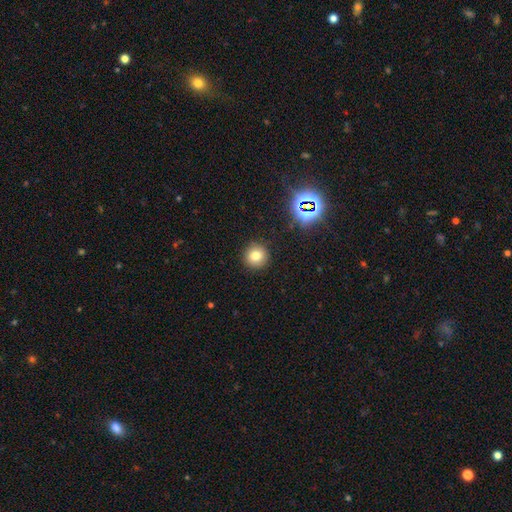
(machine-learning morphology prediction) smooth-or-featured: smooth: 76% | star or artifact: 16% | featured or disk: 8%
  how-rounded: round: 94% | in between: 5% | cigar-shaped: 1%
  merging: none: 91% | minor disturbance: 6% | major disturbance: 2% | merger: 1%